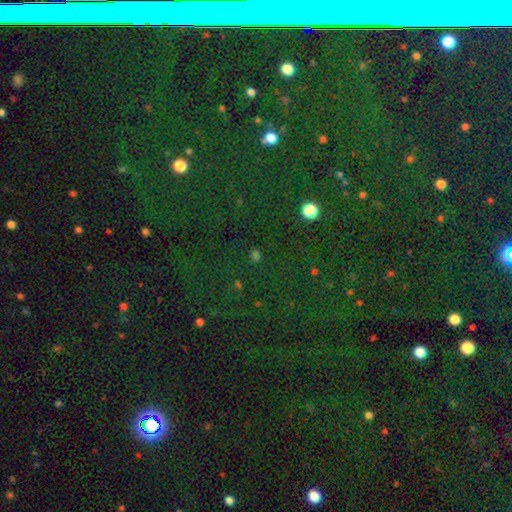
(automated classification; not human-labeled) Smooth or featured? Predicted: star or artifact (p=0.50).